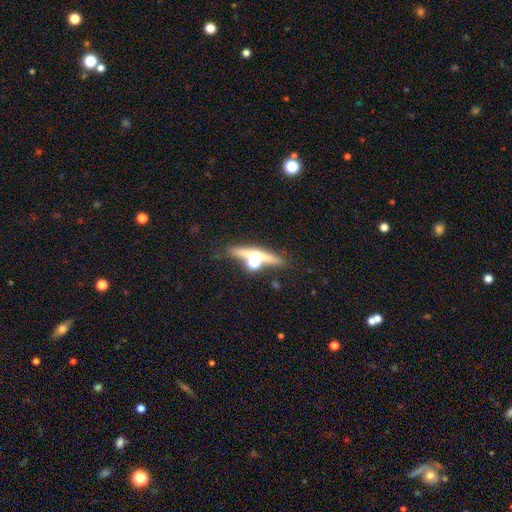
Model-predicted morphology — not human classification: featured or disk 57%, smooth 32%, star or artifact 11%. Down the decision tree: edge-on disk — yes (88%); edge-on bulge — rounded (79%); merging — none (62%).